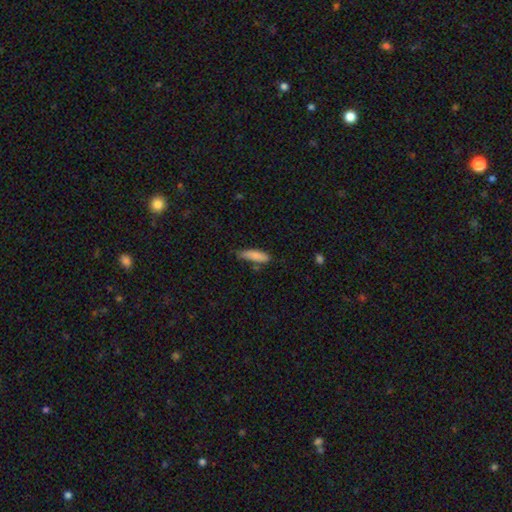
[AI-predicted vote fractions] This is clearly a smooth galaxy (81%). How rounded: possibly cigar-shaped (56%). Merging: likely none (60%).